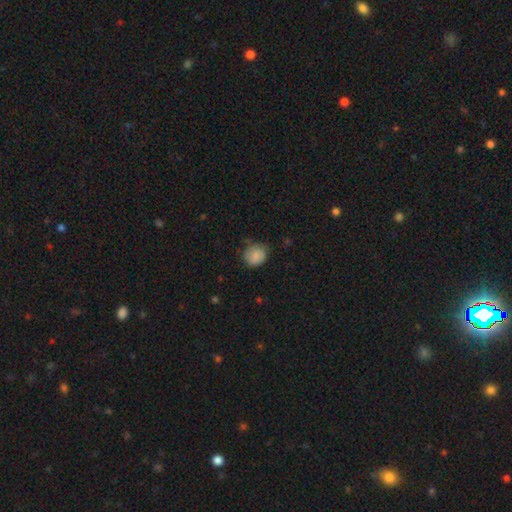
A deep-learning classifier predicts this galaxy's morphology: Smooth or featured?
  - smooth: 81% *
  - featured or disk: 11%
  - star or artifact: 8%
How rounded?
  - round: 77% *
  - in between: 22%
  - cigar-shaped: 1%
Merging?
  - none: 66% *
  - minor disturbance: 26%
  - major disturbance: 6%
  - merger: 2%